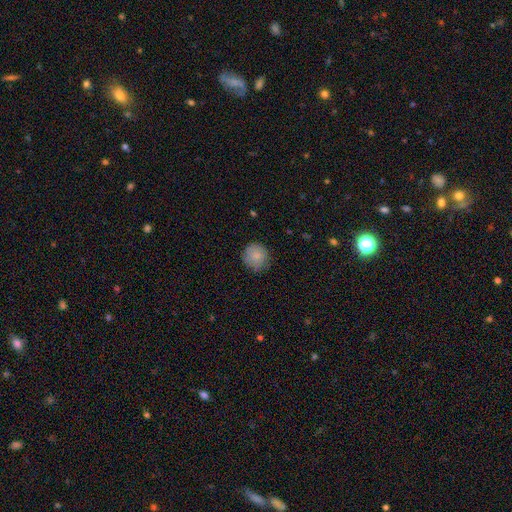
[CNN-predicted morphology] The model was most divided on "merging": none: 80%, minor disturbance: 16%, major disturbance: 3%, merger: 1%. More confident: how rounded — round (93%); smooth or featured — smooth (83%).